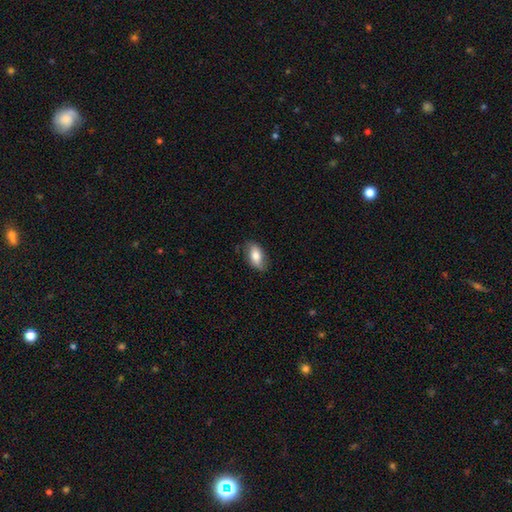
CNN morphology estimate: Overall: smooth (71%). How rounded: in between (90%). Merging: none (74%).